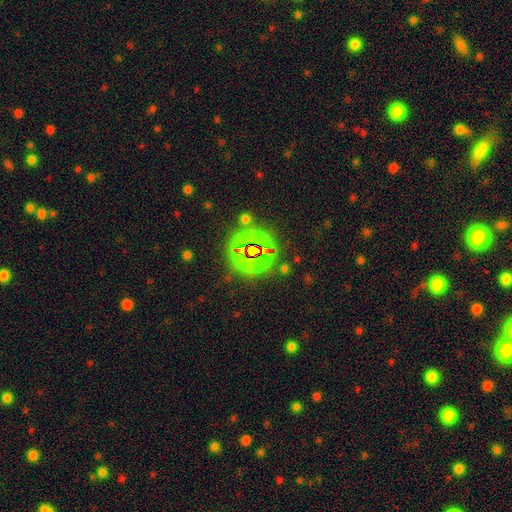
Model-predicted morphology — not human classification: A star or artifact, not a galaxy (79%).